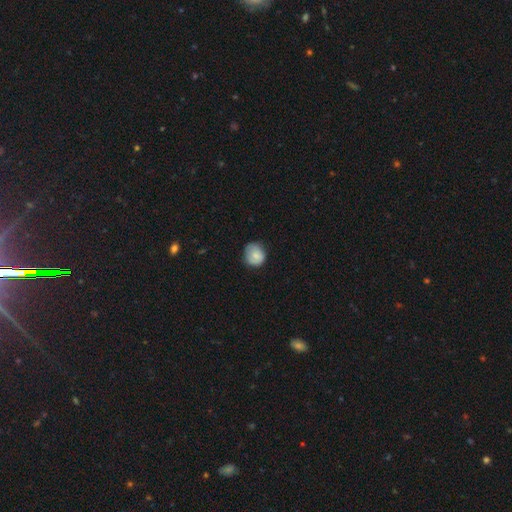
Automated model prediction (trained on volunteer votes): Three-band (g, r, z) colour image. It shows a smooth galaxy with no disk features (78%) that is round (80%). Merging: none (65%).